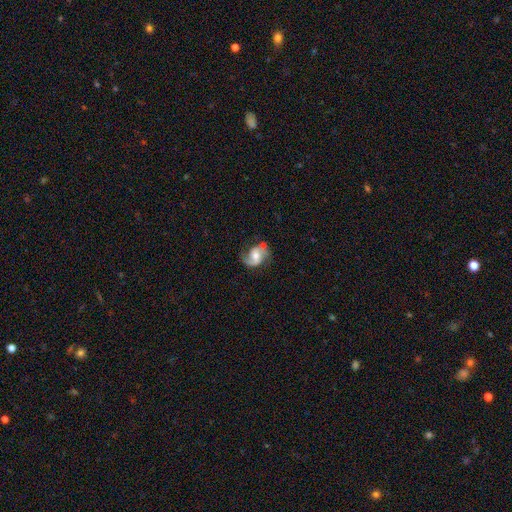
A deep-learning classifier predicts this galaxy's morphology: smooth-or-featured: featured or disk: 76% | smooth: 18% | star or artifact: 7%
  disk-edge-on: no: 97% | yes: 3%
    bar: no: 47% | weak: 40% | strong: 13%
    has-spiral-arms: yes: 93% | no: 7%
      spiral-winding: medium: 44% | loose: 41% | tight: 16%
      spiral-arm-count: 2: 76% | 1: 16% | can't tell: 5% | 3: 1% | 4: 1% | more than 4: 1%
    bulge-size: moderate: 64% | small: 25% | large: 8% | none: 2% | dominant: 1%
  merging: none: 61% | minor disturbance: 23% | major disturbance: 12% | merger: 4%